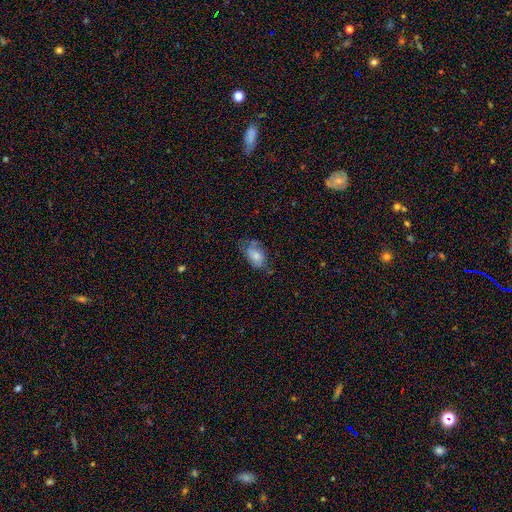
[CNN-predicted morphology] Smooth or featured? Predicted: smooth (p=0.71). How rounded? Predicted: in between (p=0.89). Merging? Predicted: none (p=0.48).